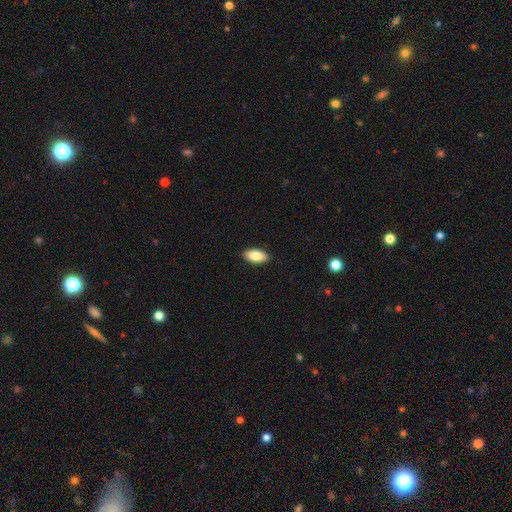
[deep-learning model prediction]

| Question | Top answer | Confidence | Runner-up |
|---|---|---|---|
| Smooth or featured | smooth | 85% | featured or disk (9%) |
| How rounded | in between | 91% | cigar-shaped (7%) |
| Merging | none | 90% | minor disturbance (7%) |